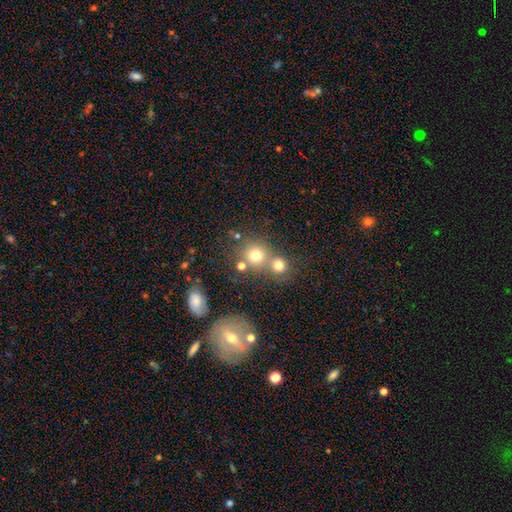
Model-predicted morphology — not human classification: smooth 74%, star or artifact 15%, featured or disk 11%. Down the decision tree: how rounded — round (86%); merging — none (52%).